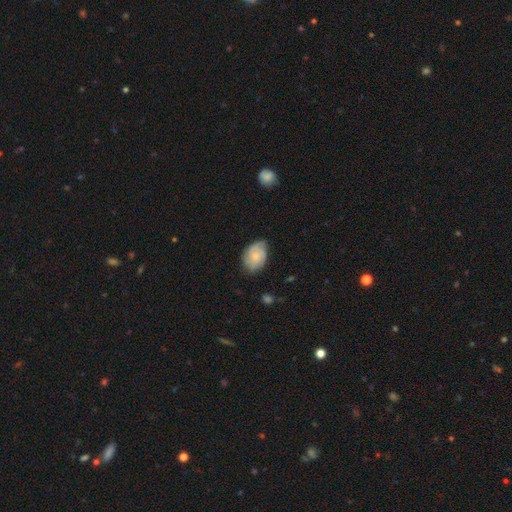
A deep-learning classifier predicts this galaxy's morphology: A featured or disk galaxy (47%).

Vote fractions:
- Smooth or featured? featured or disk: 47% / smooth: 46% / star or artifact: 7%
- Merging? none: 62% / minor disturbance: 29% / major disturbance: 7% / merger: 1%